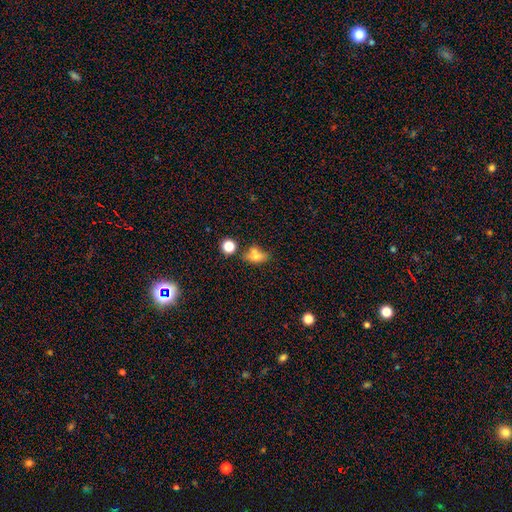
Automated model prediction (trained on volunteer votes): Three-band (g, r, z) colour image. It shows a smooth galaxy with no disk features (66%) that is in between round and cigar-shaped (66%). Merging: none (50%).